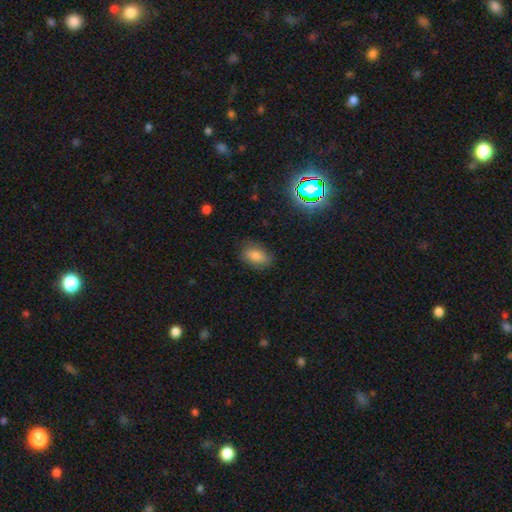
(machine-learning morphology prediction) Smooth or featured? Predicted: smooth (p=0.76). How rounded? Predicted: in between (p=0.89). Merging? Predicted: none (p=0.81).